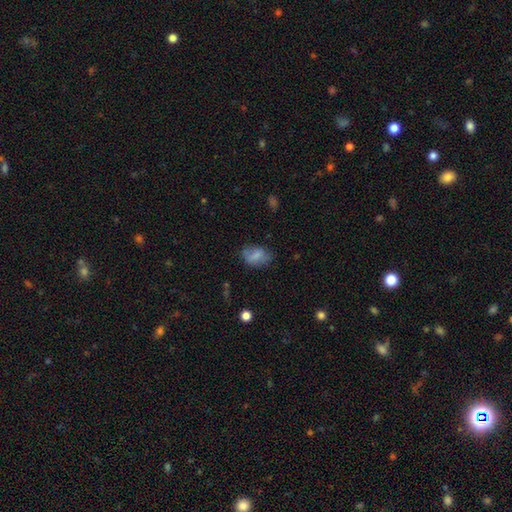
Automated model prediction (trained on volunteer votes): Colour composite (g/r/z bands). It shows a smooth galaxy with no disk features (74%) that is in between round and cigar-shaped (82%). Merging: none (59%).